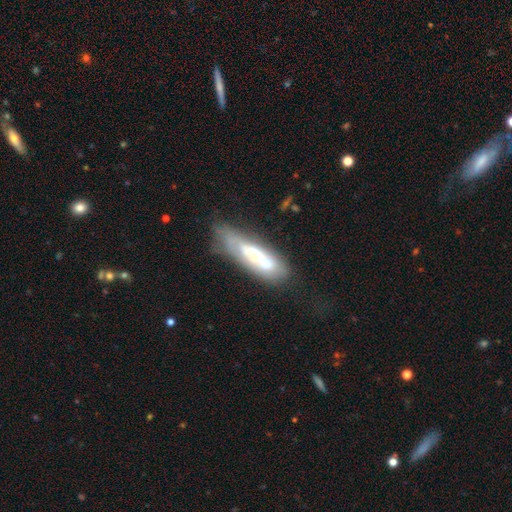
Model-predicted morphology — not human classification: A featured or disk galaxy (51%).

Vote fractions:
- Smooth or featured? featured or disk: 51% / smooth: 41% / star or artifact: 8%
- Edge-on disk? no: 67% / yes: 33%
- Merging? none: 46% / minor disturbance: 31% / major disturbance: 17% / merger: 5%